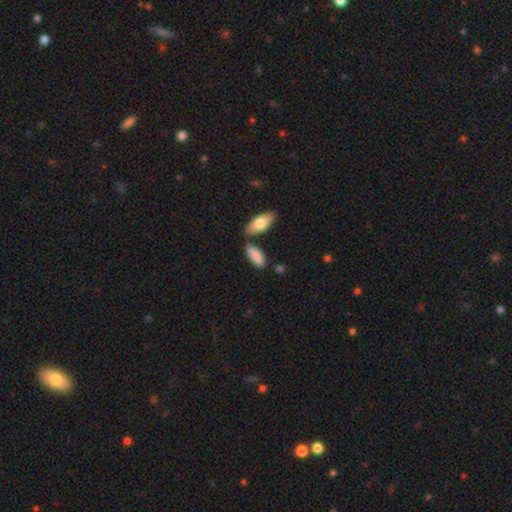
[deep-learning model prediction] Q: Smooth or featured?
A: smooth (86%); runner-up: featured or disk (9%)
Q: How rounded?
A: in between (76%); runner-up: cigar-shaped (21%)
Q: Merging?
A: none (68%); runner-up: minor disturbance (15%)